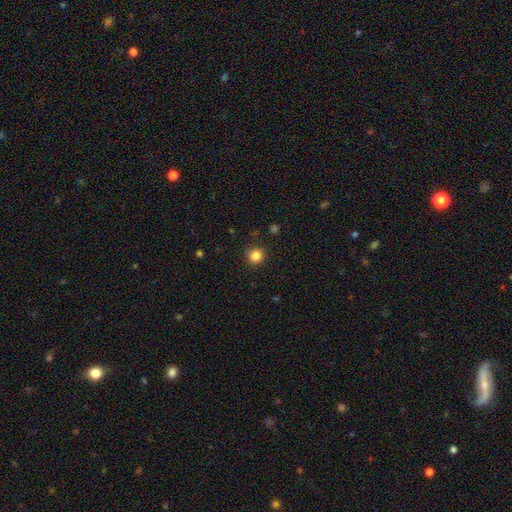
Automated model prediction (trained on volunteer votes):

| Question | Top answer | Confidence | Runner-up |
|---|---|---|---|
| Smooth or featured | smooth | 84% | star or artifact (12%) |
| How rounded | round | 94% | in between (5%) |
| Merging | none | 91% | minor disturbance (6%) |